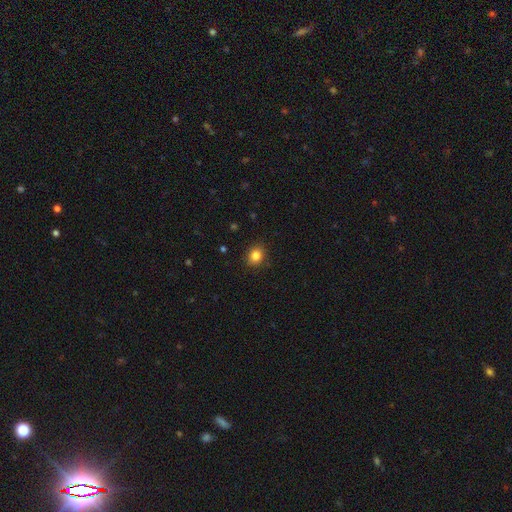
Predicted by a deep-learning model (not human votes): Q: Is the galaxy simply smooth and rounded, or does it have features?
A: smooth — 84%.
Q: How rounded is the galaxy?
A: round — 74%.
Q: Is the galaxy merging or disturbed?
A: none — 88%.